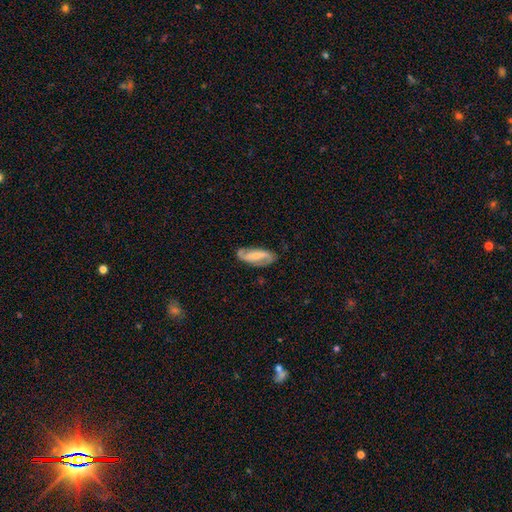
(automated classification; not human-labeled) Smooth or featured? featured or disk (67%)
Edge-on disk? no (92%)
Bar? strong (39%)
Spiral arms? yes (92%)
Spiral winding? medium (42%)
Spiral arm count? 2 (88%)
Bulge size? none (41%)
Merging? none (74%)